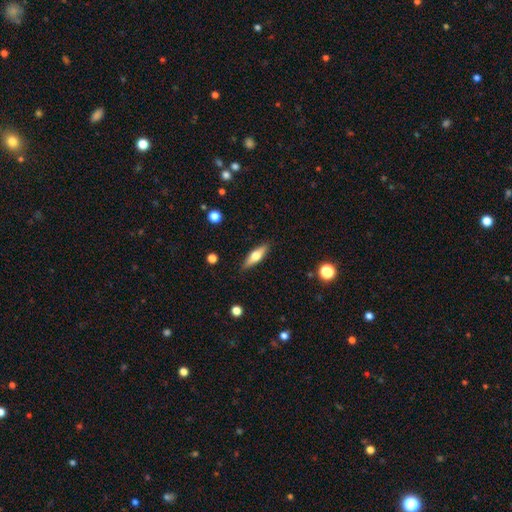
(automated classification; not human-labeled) This is possibly a smooth galaxy (53%). How rounded: possibly cigar-shaped (59%). Merging: clearly none (88%).